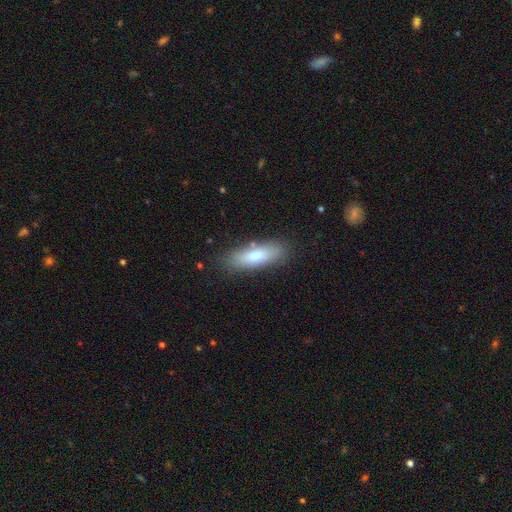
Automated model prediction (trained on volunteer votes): A smooth galaxy with no disk features (73%) that is in between round and cigar-shaped (53%). Merging: none (83%).